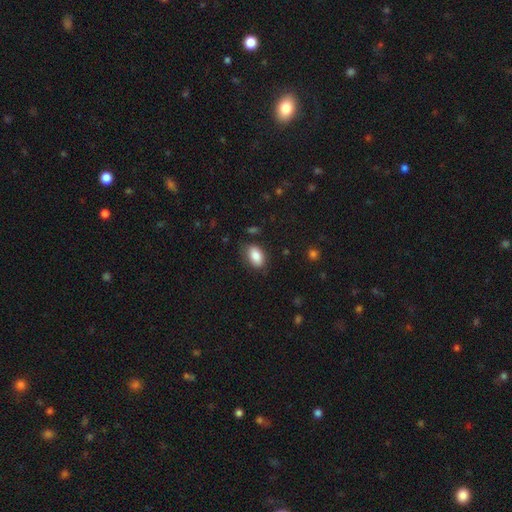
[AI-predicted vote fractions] The model was most divided on "merging": none: 78%, minor disturbance: 17%, major disturbance: 4%, merger: 1%. More confident: how rounded — in between (91%); smooth or featured — smooth (86%).